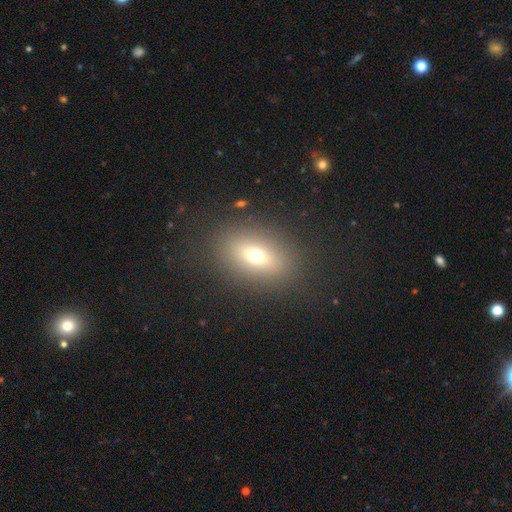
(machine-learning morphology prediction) Smooth or featured? Predicted: smooth (p=0.67). How rounded? Predicted: in between (p=0.68). Merging? Predicted: none (p=0.85).